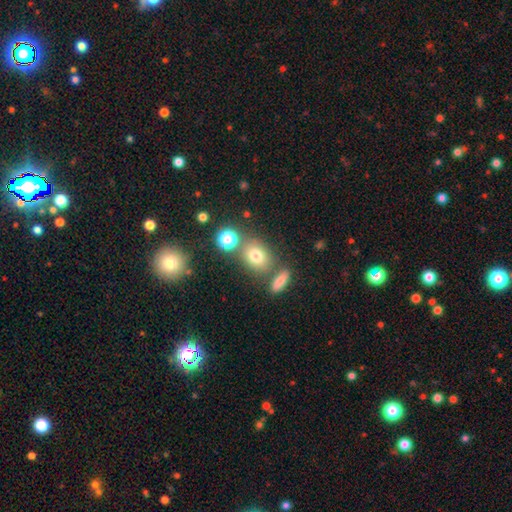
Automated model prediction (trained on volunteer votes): Q: Smooth or featured?
A: smooth (72%); runner-up: star or artifact (16%)
Q: How rounded?
A: in between (52%); runner-up: round (46%)
Q: Merging?
A: none (67%); runner-up: merger (16%)